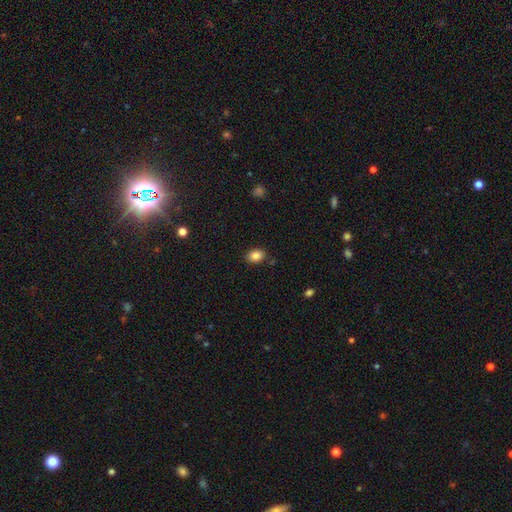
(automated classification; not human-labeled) smooth 85%, star or artifact 9%, featured or disk 6%. Down the decision tree: how rounded — in between (73%); merging — none (84%).